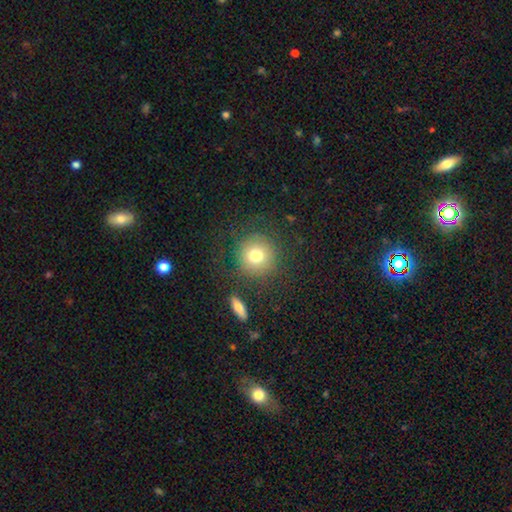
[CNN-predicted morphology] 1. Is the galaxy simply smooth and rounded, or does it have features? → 75% smooth, 14% featured or disk, 11% star or artifact.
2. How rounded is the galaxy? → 93% round, 6% in between, 1% cigar-shaped.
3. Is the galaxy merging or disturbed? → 80% none, 10% minor disturbance, 7% major disturbance, 3% merger.